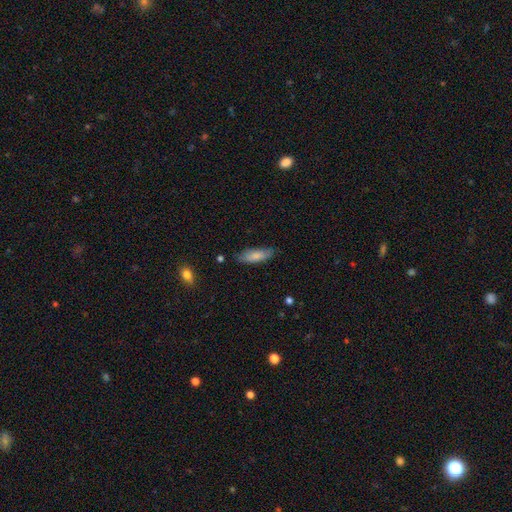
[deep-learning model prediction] A smooth galaxy with no disk features (80%) that is in between round and cigar-shaped (55%). Merging: none (79%).